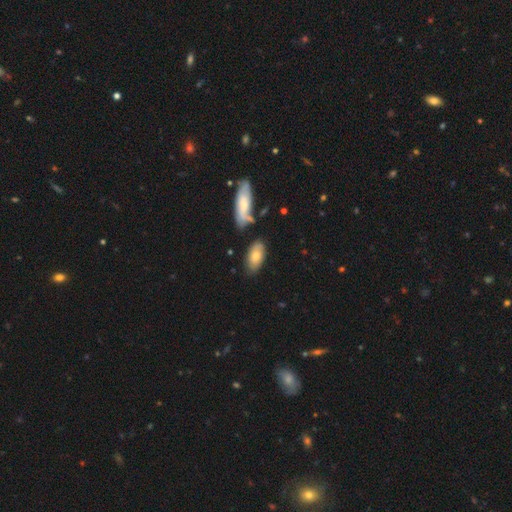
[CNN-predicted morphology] type=smooth (66%); roundness=in between (90%); merging=none (66%).